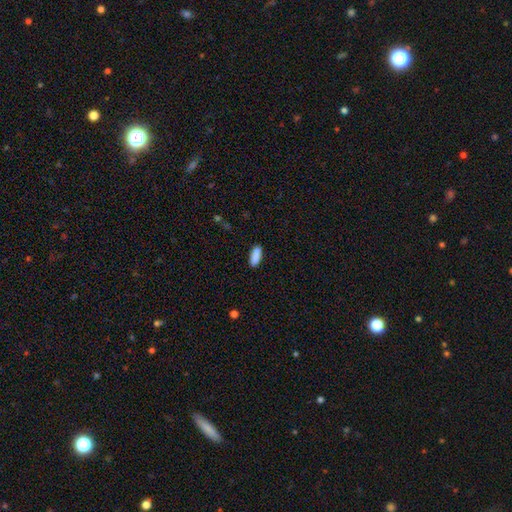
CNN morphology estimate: Smooth or featured?
  - smooth: 89% *
  - star or artifact: 7%
  - featured or disk: 4%
How rounded?
  - in between: 67% *
  - cigar-shaped: 31%
  - round: 2%
Merging?
  - none: 87% *
  - minor disturbance: 9%
  - major disturbance: 2%
  - merger: 2%